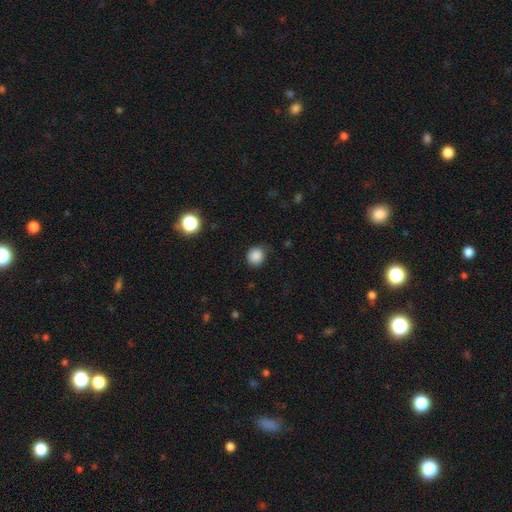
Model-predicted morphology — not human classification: smooth 86%, star or artifact 11%, featured or disk 3%. Down the decision tree: how rounded — round (86%); merging — none (80%).